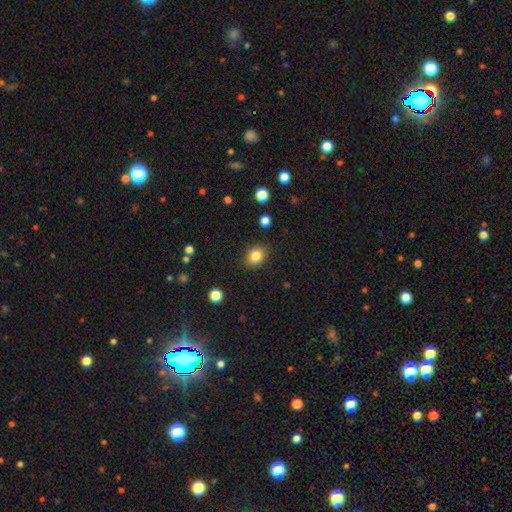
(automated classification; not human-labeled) Smooth or featured: smooth — 83% (star or artifact — 10%)
How rounded: round — 52% (in between — 47%)
Merging: none — 87% (minor disturbance — 9%)